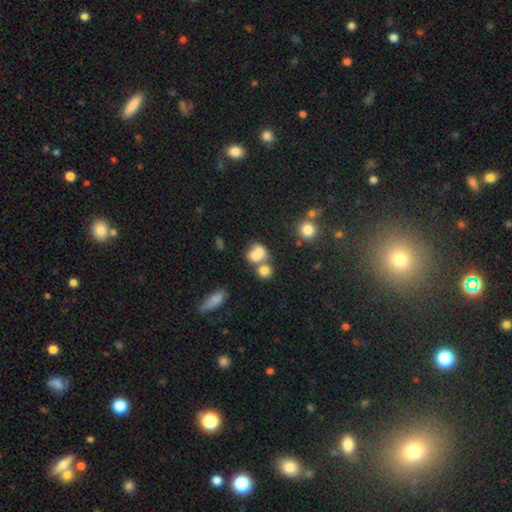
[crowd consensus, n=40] smooth-or-featured: smooth: 82% | featured or disk: 15% | star or artifact: 2%
  how-rounded: round: 64% | in between: 36% | cigar-shaped: 0%
  merging: merger: 64% | none: 26% | minor disturbance: 5% | major disturbance: 5%